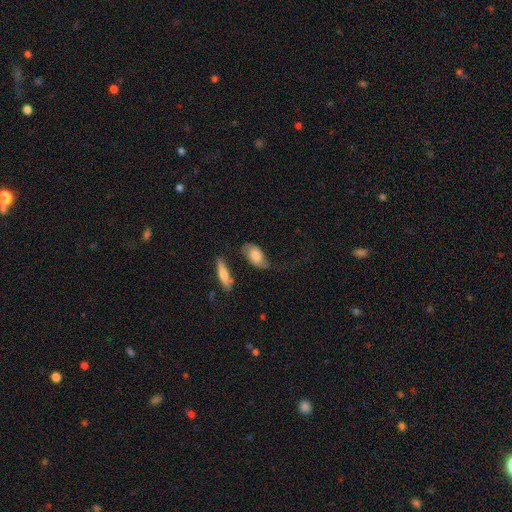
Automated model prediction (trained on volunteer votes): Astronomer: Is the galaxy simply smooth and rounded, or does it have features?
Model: smooth — 56% (runner-up: featured or disk, 37%).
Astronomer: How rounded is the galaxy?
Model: in between — 88%.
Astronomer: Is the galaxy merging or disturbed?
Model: none — 49% (runner-up: minor disturbance, 30%).